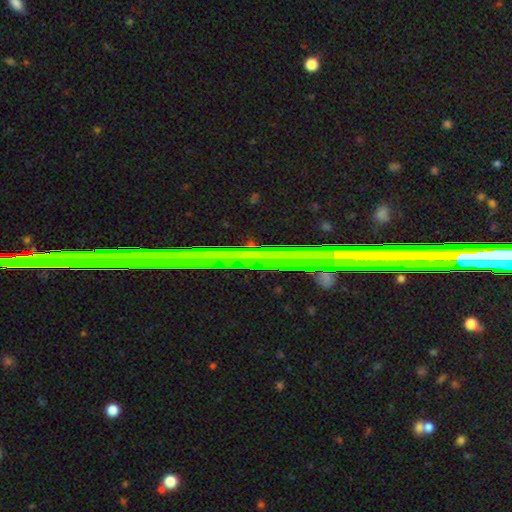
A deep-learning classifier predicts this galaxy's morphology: Smooth or featured?
  - star or artifact: 71% *
  - featured or disk: 19%
  - smooth: 10%